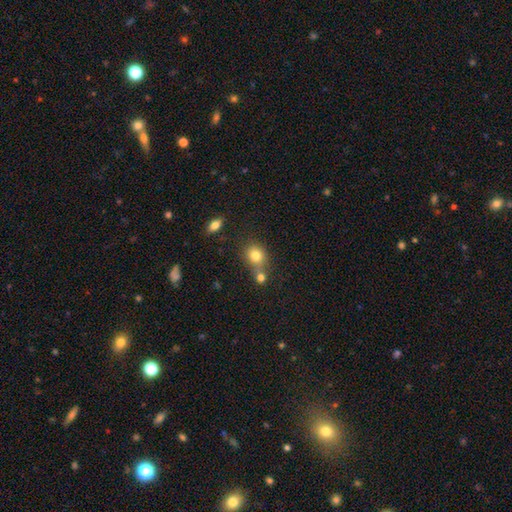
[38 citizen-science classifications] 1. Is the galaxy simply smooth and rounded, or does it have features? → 82% smooth, 11% featured or disk, 8% star or artifact.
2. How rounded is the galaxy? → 65% round, 32% in between, 3% cigar-shaped.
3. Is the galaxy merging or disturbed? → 60% none, 31% merger, 6% major disturbance, 3% minor disturbance.